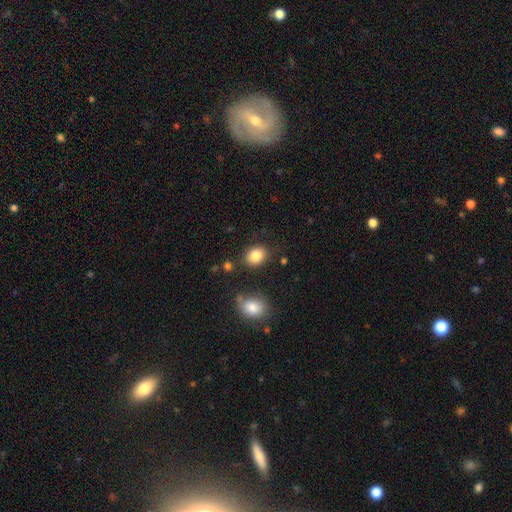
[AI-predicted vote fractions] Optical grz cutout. It shows a smooth galaxy with no disk features (84%) that is in between round and cigar-shaped (55%). Merging: none (80%).